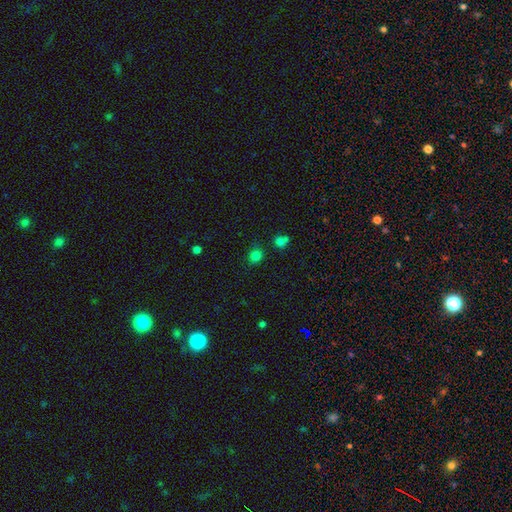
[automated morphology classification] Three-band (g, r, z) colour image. It shows a smooth galaxy with no disk features (77%) that is round (77%). Merging: none (76%).